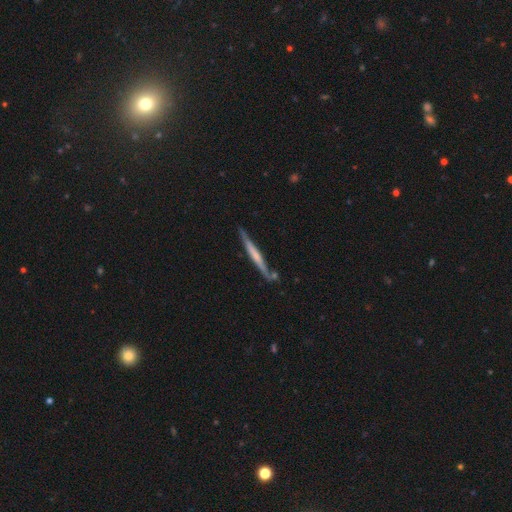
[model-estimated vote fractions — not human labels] Morphology: type=featured or disk (57%); edge-on=yes (95%); edge-on bulge=none (53%); merging=none (73%).